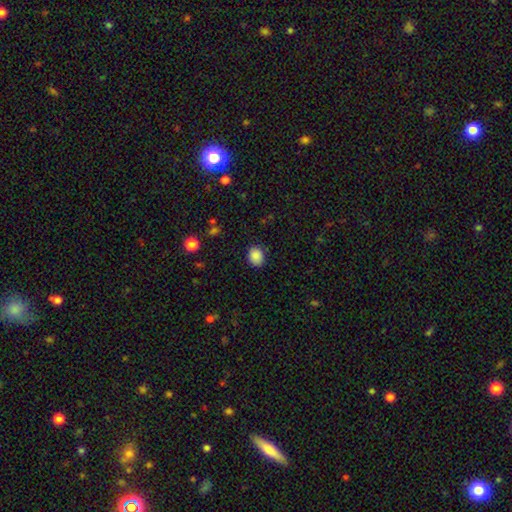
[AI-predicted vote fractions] Smooth or featured: smooth — 87% (star or artifact — 9%)
How rounded: round — 55% (in between — 44%)
Merging: none — 85% (minor disturbance — 11%)